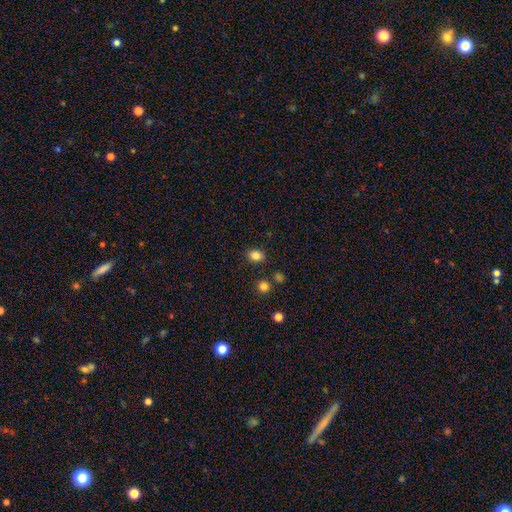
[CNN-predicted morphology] This appears to be a smooth galaxy with no disk features (83%) that is in between round and cigar-shaped (62%). Merging: none (85%).